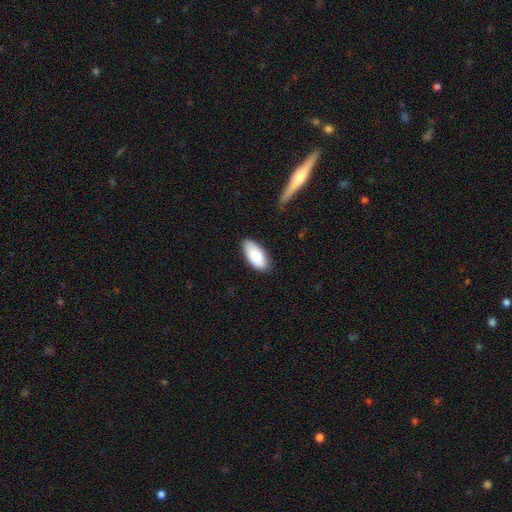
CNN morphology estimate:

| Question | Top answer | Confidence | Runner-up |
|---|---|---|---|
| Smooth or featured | smooth | 87% | featured or disk (8%) |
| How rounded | in between | 91% | cigar-shaped (7%) |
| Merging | none | 80% | minor disturbance (16%) |